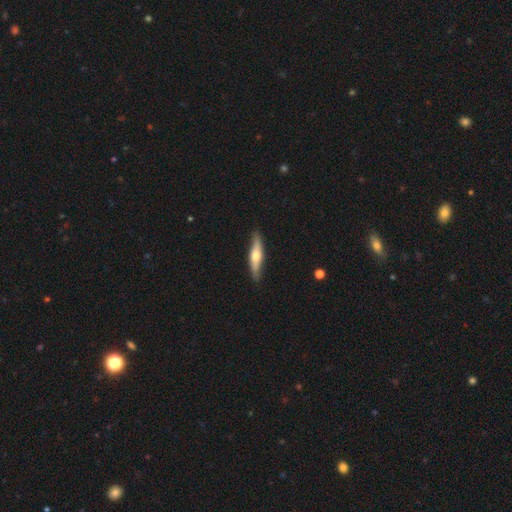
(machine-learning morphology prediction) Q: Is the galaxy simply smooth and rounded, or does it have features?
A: featured or disk — 51%.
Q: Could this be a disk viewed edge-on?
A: yes — 89%.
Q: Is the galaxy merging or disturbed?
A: none — 85%.